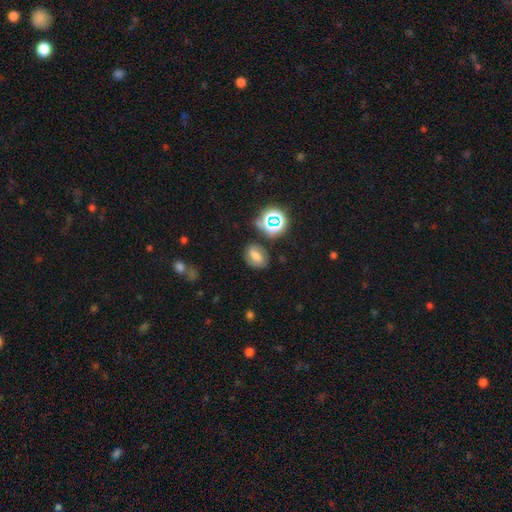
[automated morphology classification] Q: Smooth or featured?
A: smooth (55%); runner-up: featured or disk (23%)
Q: How rounded?
A: in between (65%); runner-up: round (33%)
Q: Merging?
A: none (76%); runner-up: minor disturbance (15%)